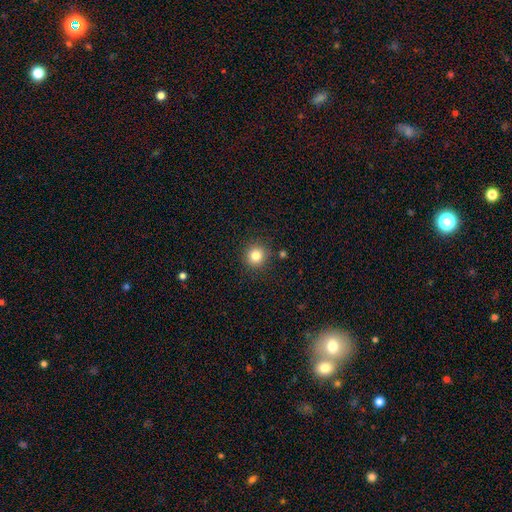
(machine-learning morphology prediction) The model was most divided on "smooth or featured": smooth: 81%, star or artifact: 12%, featured or disk: 7%. More confident: how rounded — round (93%); merging — none (88%).